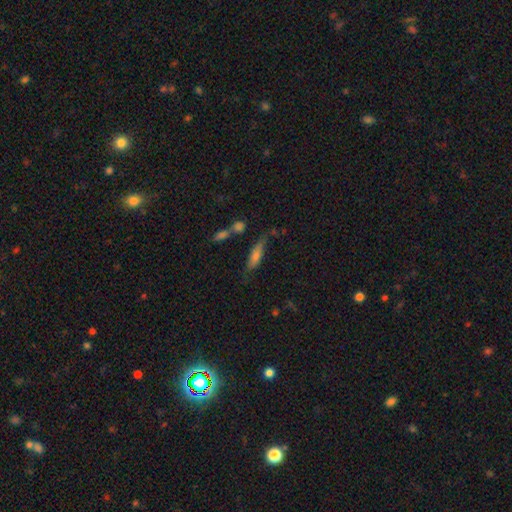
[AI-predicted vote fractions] Smooth or featured: smooth — 63% (featured or disk — 28%)
How rounded: cigar-shaped — 63% (in between — 34%)
Merging: none — 53% (minor disturbance — 24%)